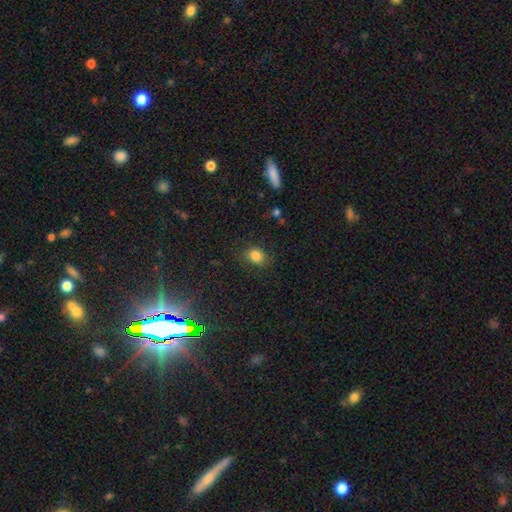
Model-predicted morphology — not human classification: Smooth or featured?
  - smooth: 82% *
  - star or artifact: 12%
  - featured or disk: 6%
How rounded?
  - in between: 52% *
  - round: 47%
  - cigar-shaped: 1%
Merging?
  - none: 77% *
  - minor disturbance: 16%
  - major disturbance: 6%
  - merger: 1%